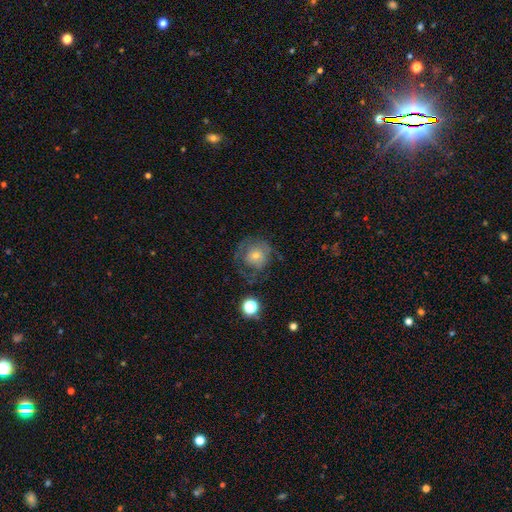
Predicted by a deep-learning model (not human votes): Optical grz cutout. It shows a smooth galaxy with no disk features (46%). Merging: none (58%).